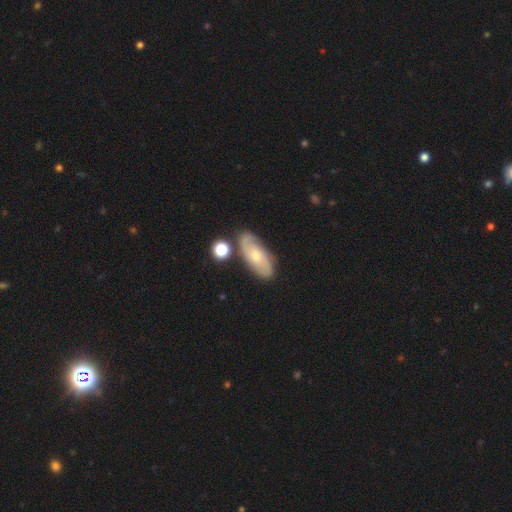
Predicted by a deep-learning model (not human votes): smooth_or_featured: featured or disk (p=0.64) [alt: smooth p=0.29]
disk_edge_on: no (p=0.90) [alt: yes p=0.10]
bar: no (p=0.68) [alt: weak p=0.27]
has_spiral_arms: yes (p=0.88) [alt: no p=0.12]
spiral_winding: medium (p=0.43) [alt: tight p=0.35]
spiral_arm_count: 2 (p=0.70) [alt: can't tell p=0.18]
bulge_size: small (p=0.47) [tied with: moderate p=0.47]
merging: none (p=0.71) [alt: minor disturbance p=0.15]